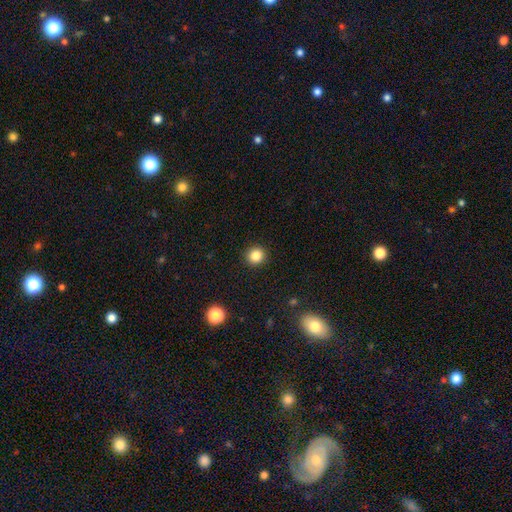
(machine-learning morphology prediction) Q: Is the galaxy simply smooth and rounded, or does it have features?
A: smooth — 85%.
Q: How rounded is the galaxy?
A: round — 92%.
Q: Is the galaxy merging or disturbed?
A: none — 92%.